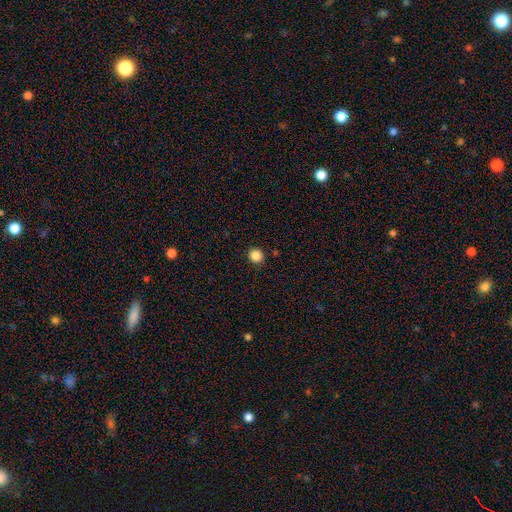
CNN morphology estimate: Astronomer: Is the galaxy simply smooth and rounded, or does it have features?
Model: smooth — 86%.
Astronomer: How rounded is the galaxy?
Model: round — 93%.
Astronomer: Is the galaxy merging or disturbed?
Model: none — 92%.